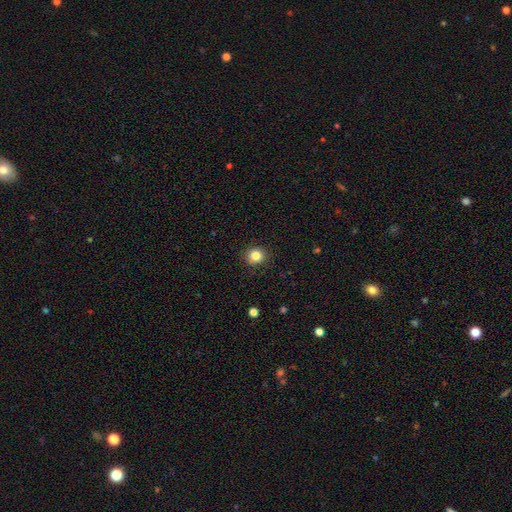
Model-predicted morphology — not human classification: type=smooth (84%); roundness=round (87%); merging=none (89%).